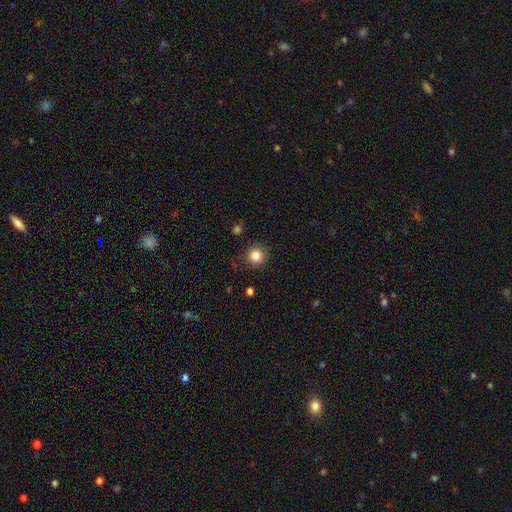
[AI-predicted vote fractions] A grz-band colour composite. It shows a smooth galaxy with no disk features (84%) that is round (93%). Merging: none (89%).